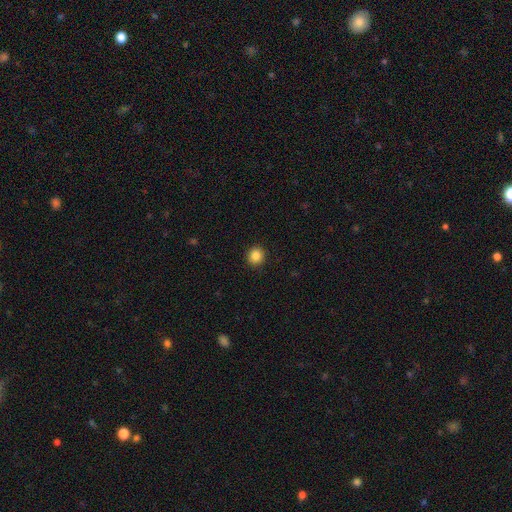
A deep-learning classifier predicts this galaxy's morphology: smooth_or_featured: smooth (p=0.86) [alt: star or artifact p=0.10]
how_rounded: round (p=0.91) [alt: in between p=0.08]
merging: none (p=0.92) [alt: minor disturbance p=0.05]